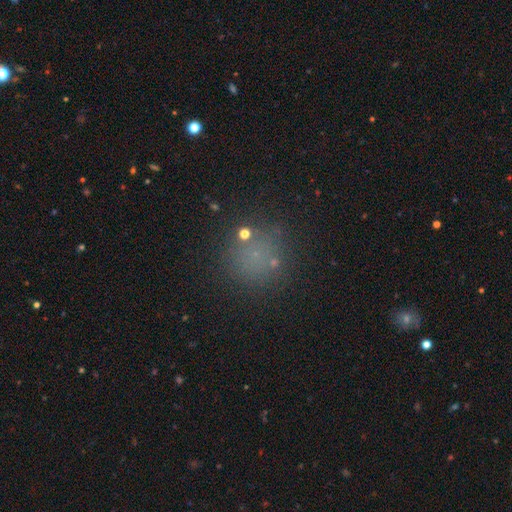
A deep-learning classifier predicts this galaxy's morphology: This appears to be a smooth galaxy with no disk features (58%) that is round (93%). Merging: none (80%).